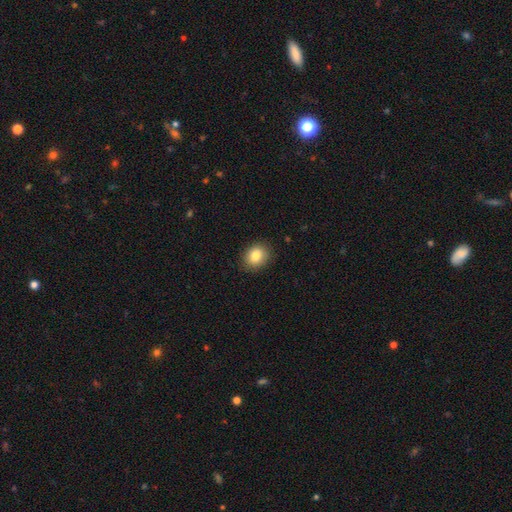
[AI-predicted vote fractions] smooth 83%, star or artifact 9%, featured or disk 8%. Down the decision tree: how rounded — round (56%); merging — none (88%).